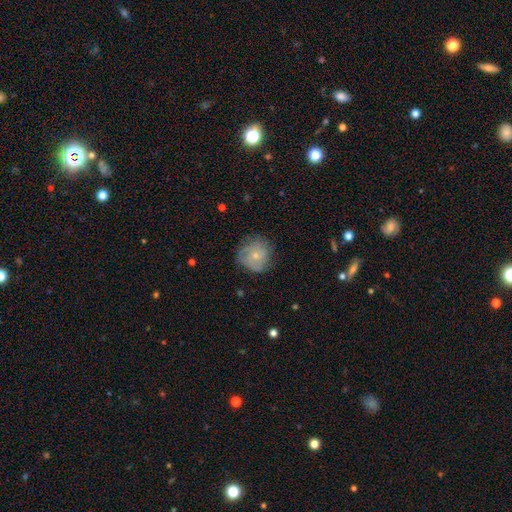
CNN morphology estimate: Smooth or featured? smooth (46%, tied with featured or disk)
Merging? none (69%)